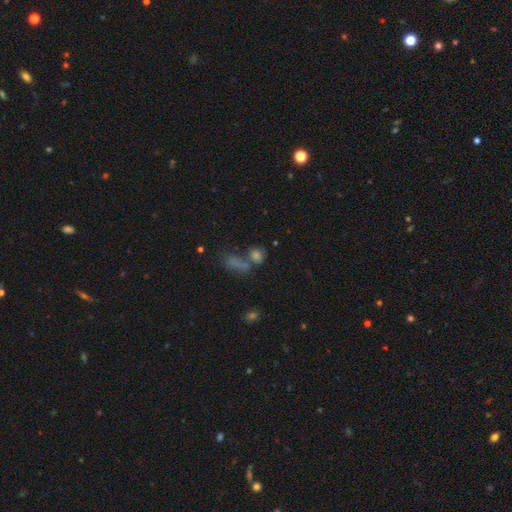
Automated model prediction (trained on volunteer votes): Smooth or featured?
  - smooth: 62% *
  - star or artifact: 25%
  - featured or disk: 14%
How rounded?
  - in between: 50% *
  - round: 41%
  - cigar-shaped: 9%
Merging?
  - none: 42% *
  - merger: 39%
  - minor disturbance: 11%
  - major disturbance: 8%